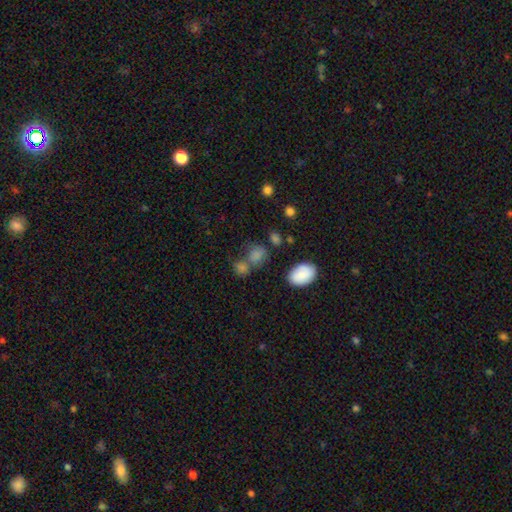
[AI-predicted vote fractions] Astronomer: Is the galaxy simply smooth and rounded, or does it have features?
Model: smooth — 76%.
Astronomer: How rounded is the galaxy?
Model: round — 52% (runner-up: in between, 46%).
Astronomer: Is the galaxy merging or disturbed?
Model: none — 46% (runner-up: merger, 33%).